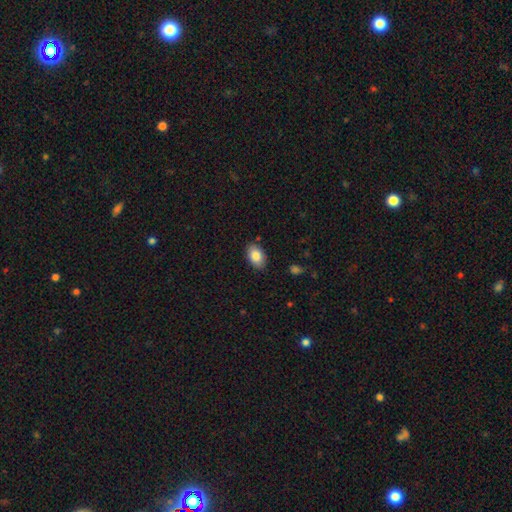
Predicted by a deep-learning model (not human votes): Morphology: type=smooth (85%); roundness=in between (90%); merging=none (86%).